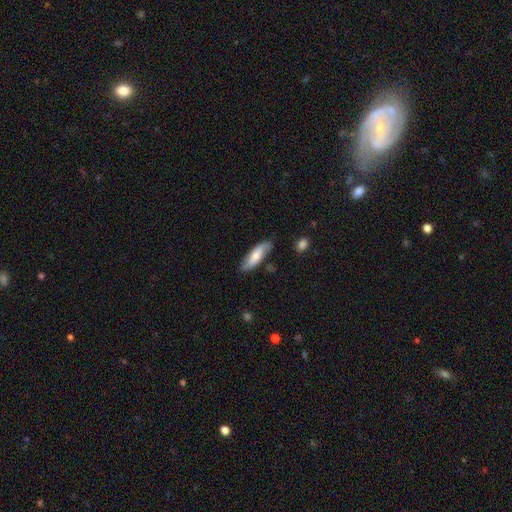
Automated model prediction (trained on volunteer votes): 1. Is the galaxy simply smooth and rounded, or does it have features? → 58% smooth, 36% featured or disk, 6% star or artifact.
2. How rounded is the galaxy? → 51% in between, 47% cigar-shaped, 2% round.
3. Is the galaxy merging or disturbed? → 75% none, 18% minor disturbance, 4% major disturbance, 2% merger.